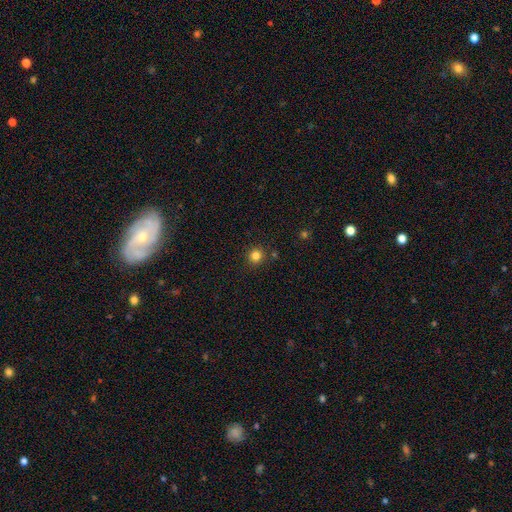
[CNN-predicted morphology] smooth_or_featured: smooth (p=0.82) [alt: star or artifact p=0.13]
how_rounded: round (p=0.93) [alt: in between p=0.06]
merging: none (p=0.88) [alt: minor disturbance p=0.07]